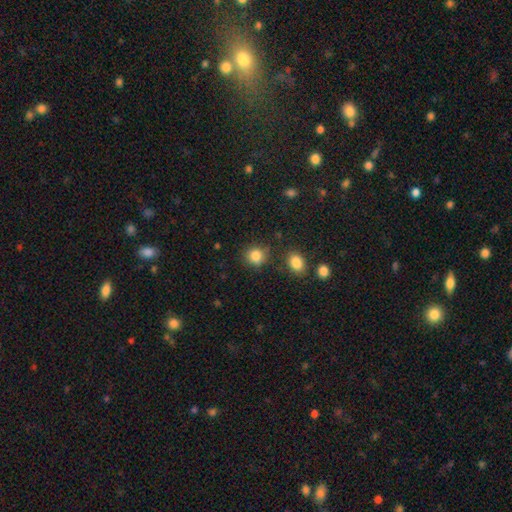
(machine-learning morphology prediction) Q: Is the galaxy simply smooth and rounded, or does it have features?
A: smooth — 85%.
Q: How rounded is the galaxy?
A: round — 82%.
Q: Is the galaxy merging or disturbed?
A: none — 78%.